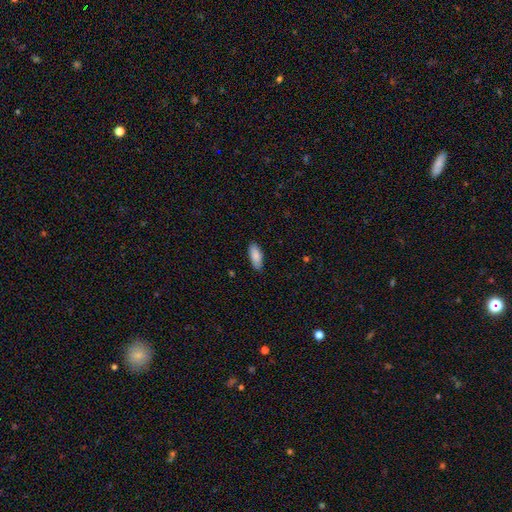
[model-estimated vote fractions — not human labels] A smooth galaxy with no disk features (88%) that is in between round and cigar-shaped (80%). Merging: none (86%).